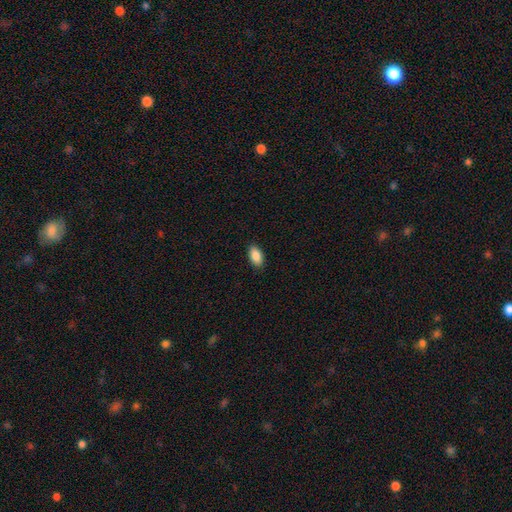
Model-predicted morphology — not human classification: Smooth or featured? smooth (89%)
How rounded? in between (93%)
Merging? none (89%)